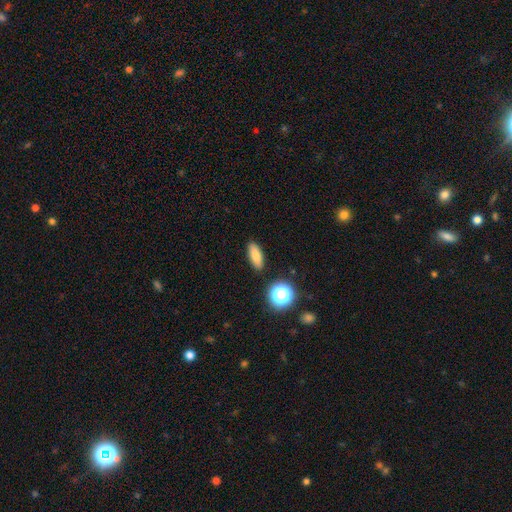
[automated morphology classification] Smooth or featured? smooth (79%)
How rounded? in between (68%)
Merging? none (88%)